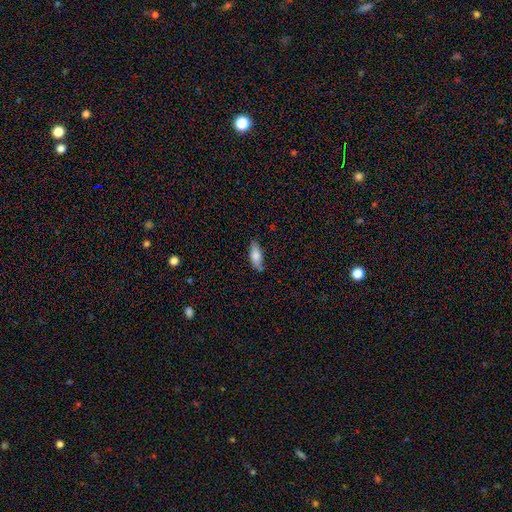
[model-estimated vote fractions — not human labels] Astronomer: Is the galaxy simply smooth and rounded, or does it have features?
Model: smooth — 79%.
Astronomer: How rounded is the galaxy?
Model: in between — 78%.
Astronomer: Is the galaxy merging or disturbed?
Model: none — 76%.